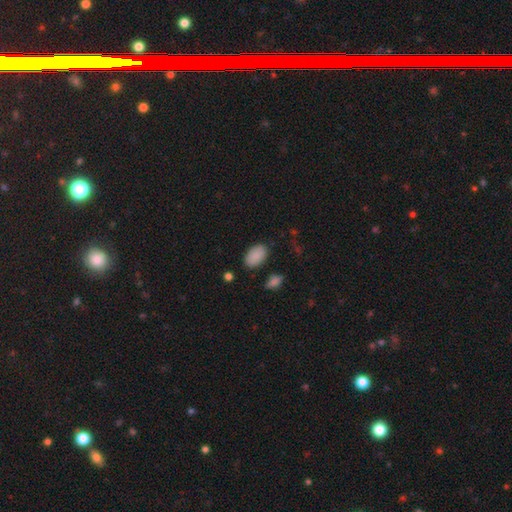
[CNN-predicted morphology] smooth 89%, star or artifact 7%, featured or disk 4%. Down the decision tree: how rounded — in between (93%); merging — none (84%).